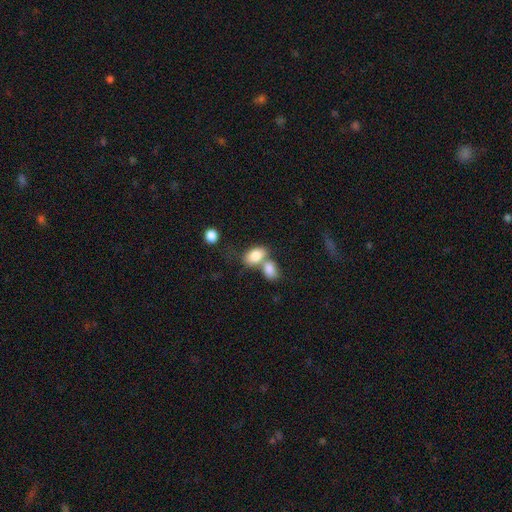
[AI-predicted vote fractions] Morphology: type=smooth (82%); roundness=in between (88%); merging=merger (58%).